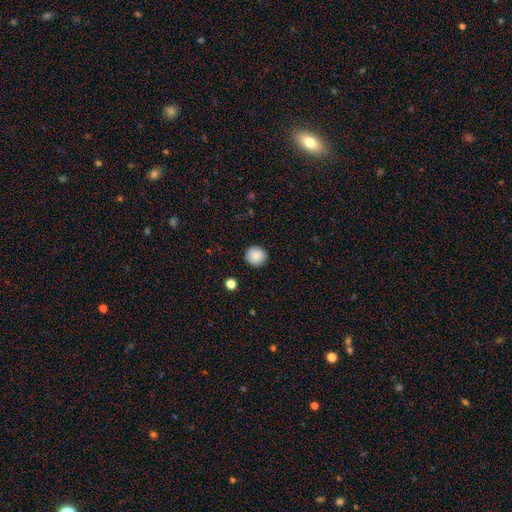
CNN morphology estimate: Smooth or featured? smooth (85%)
How rounded? round (93%)
Merging? none (91%)